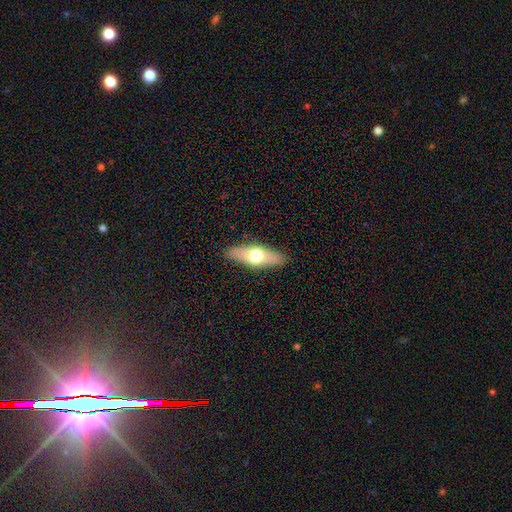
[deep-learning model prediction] The model was most divided on "how rounded": in between: 53%, cigar-shaped: 44%, round: 3%. More confident: merging — none (88%); smooth or featured — smooth (54%).